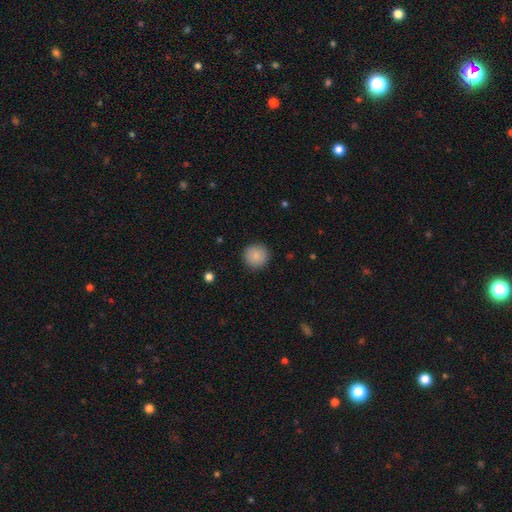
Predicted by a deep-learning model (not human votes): smooth 86%, star or artifact 8%, featured or disk 6%. Down the decision tree: how rounded — round (95%); merging — none (91%).